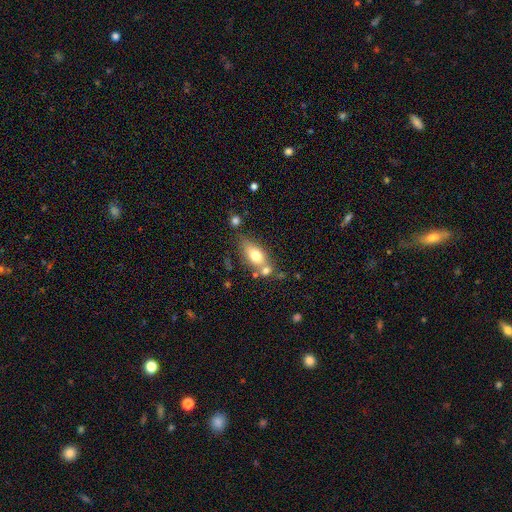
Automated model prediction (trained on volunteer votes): smooth-or-featured: smooth: 71% | featured or disk: 20% | star or artifact: 8%
  how-rounded: in between: 80% | round: 10% | cigar-shaped: 10%
  merging: none: 47% | merger: 29% | minor disturbance: 17% | major disturbance: 7%